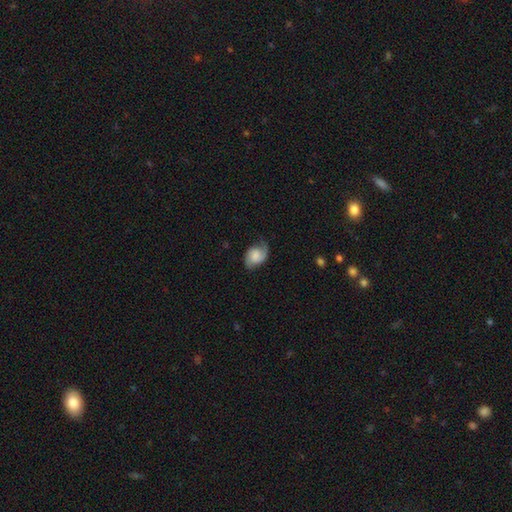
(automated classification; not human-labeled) smooth-or-featured: featured or disk: 67% | smooth: 26% | star or artifact: 7%
  disk-edge-on: no: 98% | yes: 2%
    bar: no: 60% | weak: 33% | strong: 6%
    has-spiral-arms: yes: 95% | no: 5%
      spiral-winding: medium: 46% | loose: 28% | tight: 26%
      spiral-arm-count: 2: 78% | 1: 14% | can't tell: 5% | 3: 1% | 4: 1% | more than 4: 1%
    bulge-size: none: 29% | moderate: 25% | small: 22% | large: 20% | dominant: 5%
  merging: none: 65% | minor disturbance: 23% | major disturbance: 11% | merger: 1%